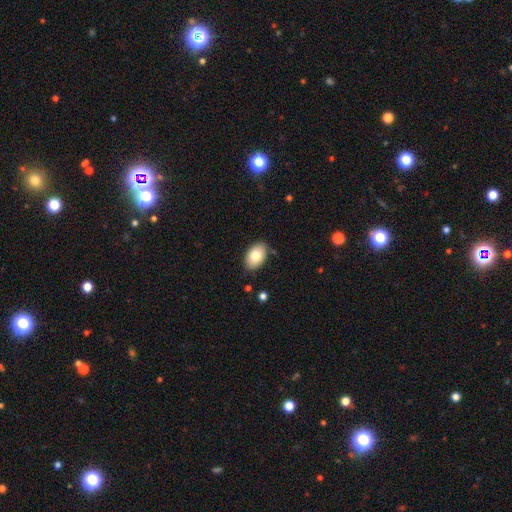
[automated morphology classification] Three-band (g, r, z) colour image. It shows a smooth galaxy with no disk features (78%) that is in between round and cigar-shaped (89%). Merging: none (84%).